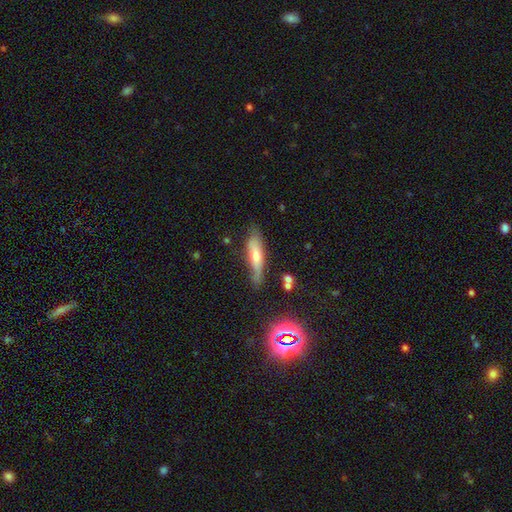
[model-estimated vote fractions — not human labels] Overall: smooth (43%, tied with featured or disk). Merging: none (64%; minor disturbance 26%).